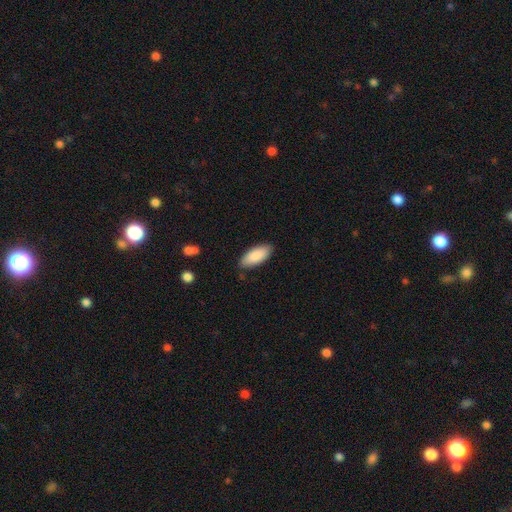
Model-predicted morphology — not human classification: A smooth galaxy with no disk features (89%) that is in between round and cigar-shaped (87%).

Vote fractions:
- Smooth or featured? smooth: 89% / star or artifact: 6% / featured or disk: 5%
- How rounded? in between: 87% / cigar-shaped: 11% / round: 1%
- Merging? none: 85% / minor disturbance: 12% / major disturbance: 2% / merger: 1%